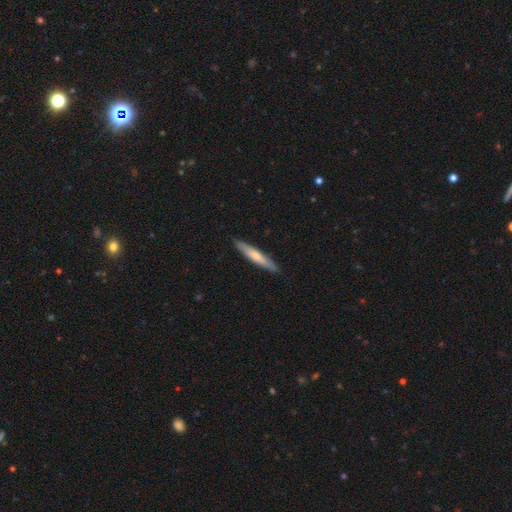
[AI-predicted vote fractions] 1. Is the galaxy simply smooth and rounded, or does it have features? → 58% smooth, 37% featured or disk, 5% star or artifact.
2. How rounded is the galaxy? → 91% cigar-shaped, 8% in between, 1% round.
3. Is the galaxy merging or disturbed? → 89% none, 8% minor disturbance, 1% major disturbance, 1% merger.